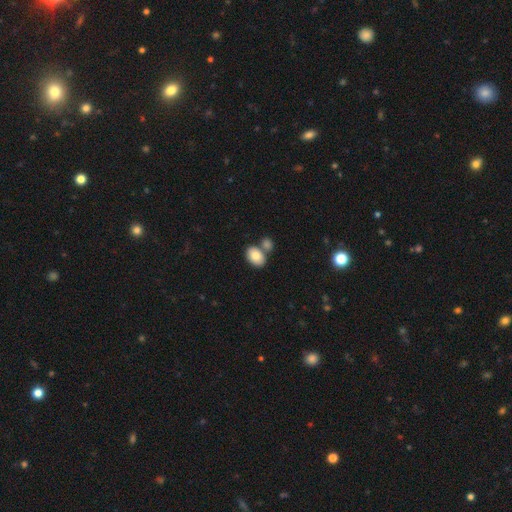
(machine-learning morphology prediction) smooth_or_featured: smooth (p=0.82) [alt: featured or disk p=0.11]
how_rounded: in between (p=0.84) [alt: round p=0.15]
merging: none (p=0.52) [alt: merger p=0.33]